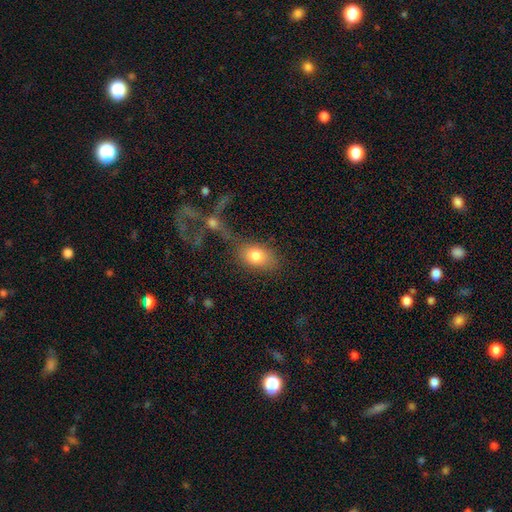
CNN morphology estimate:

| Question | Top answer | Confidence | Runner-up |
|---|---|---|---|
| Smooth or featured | smooth | 79% | featured or disk (13%) |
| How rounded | in between | 80% | round (17%) |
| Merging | none | 56% | merger (18%) |